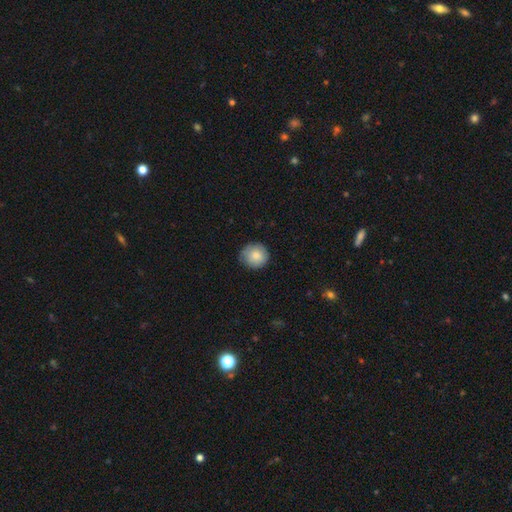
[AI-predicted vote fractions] Morphology: type=smooth (84%); roundness=round (92%); merging=none (84%).